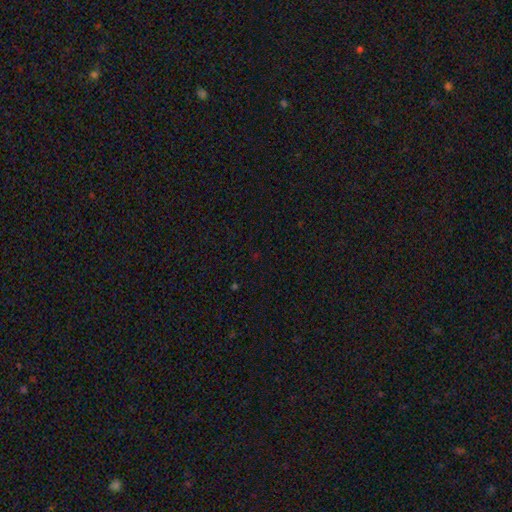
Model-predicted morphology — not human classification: Overall: star or artifact (67%).